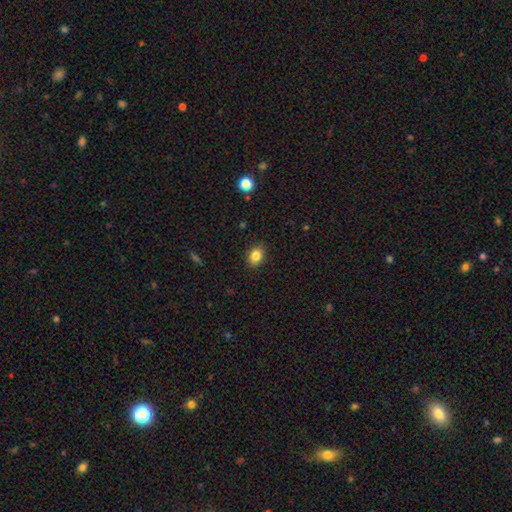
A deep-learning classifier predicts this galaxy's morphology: The model was most divided on "how rounded": in between: 54%, round: 45%, cigar-shaped: 1%. More confident: merging — none (89%); smooth or featured — smooth (85%).